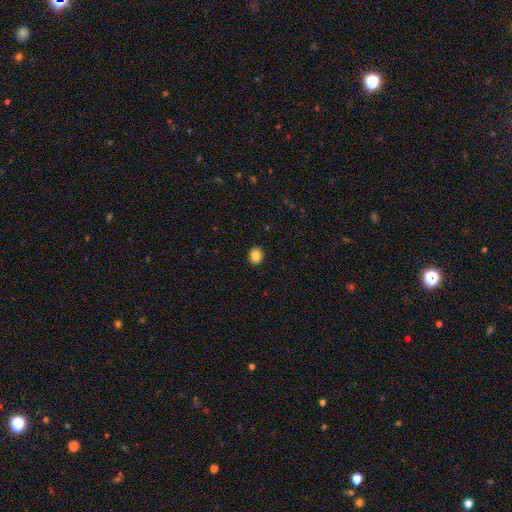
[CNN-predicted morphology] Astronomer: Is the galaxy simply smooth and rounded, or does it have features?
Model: smooth — 84%.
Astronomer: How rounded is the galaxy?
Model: round — 76%.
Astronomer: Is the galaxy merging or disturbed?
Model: none — 92%.